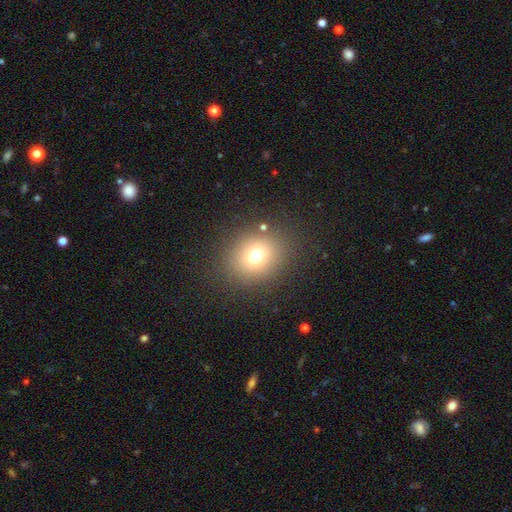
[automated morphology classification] This is likely a smooth galaxy (72%). How rounded: likely round (73%). Merging: clearly none (85%).